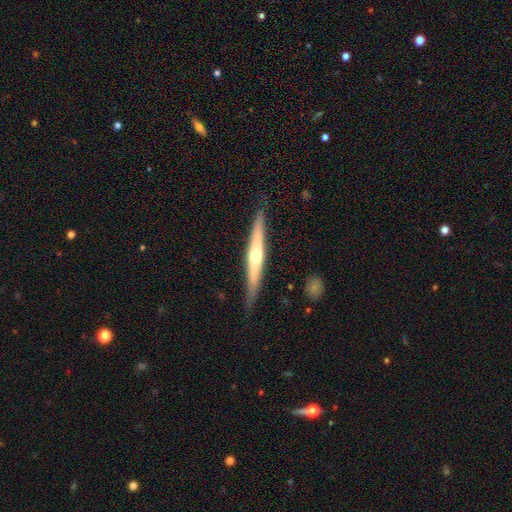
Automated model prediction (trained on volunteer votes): A featured or disk galaxy (65%) viewed edge-on (96%) with a rounded central bulge (81%). Merging: none (85%).